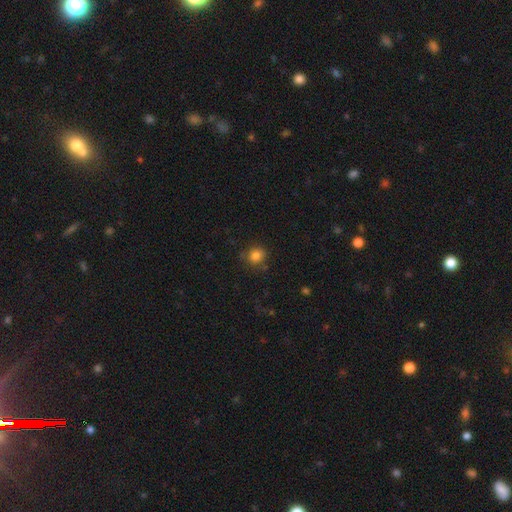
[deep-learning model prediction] This appears to be a smooth galaxy with no disk features (83%) that is round (84%). Merging: none (79%).